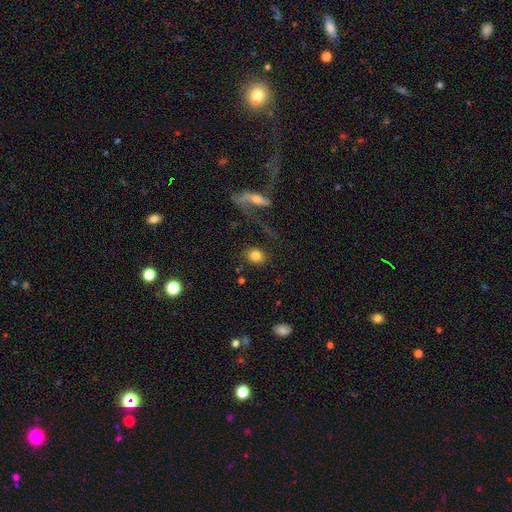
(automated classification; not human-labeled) This is likely a smooth galaxy (78%). How rounded: possibly round (53%). Merging: likely none (71%).